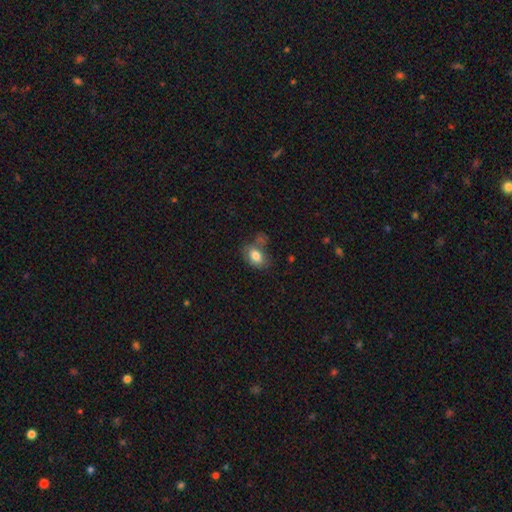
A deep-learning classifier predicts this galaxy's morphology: smooth-or-featured: smooth: 78% | featured or disk: 14% | star or artifact: 8%
  how-rounded: in between: 85% | round: 13% | cigar-shaped: 2%
  merging: none: 49% | minor disturbance: 25% | merger: 15% | major disturbance: 12%